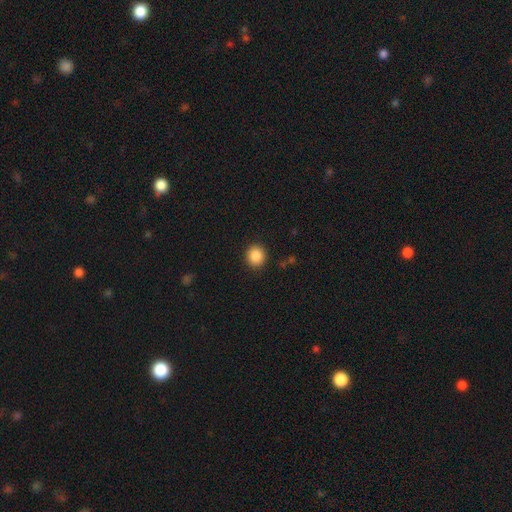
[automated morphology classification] This appears to be a smooth galaxy with no disk features (87%) that is round (88%). Merging: none (91%).